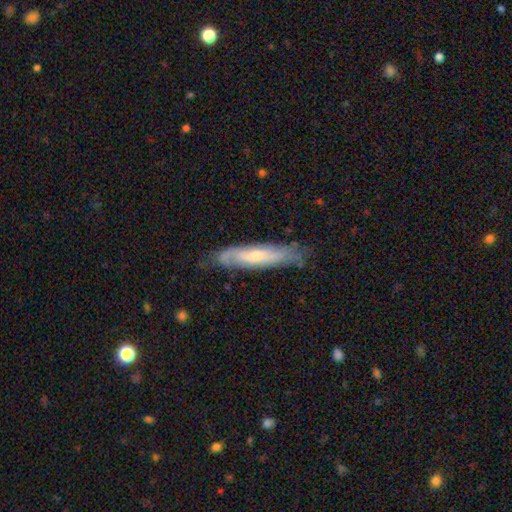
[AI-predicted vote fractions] featured or disk 53%, smooth 41%, star or artifact 6%. Down the decision tree: edge-on disk — no (50%, tied with yes); merging — none (71%).